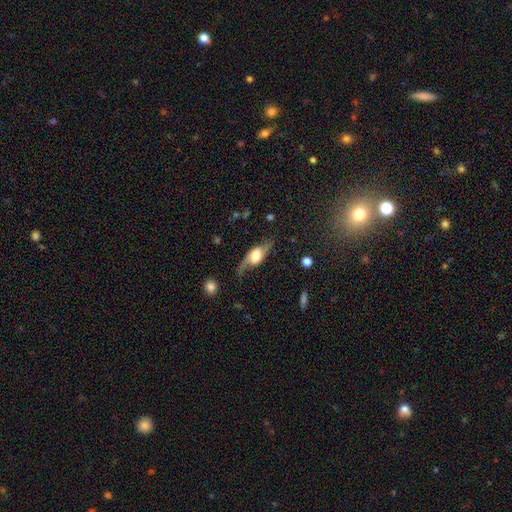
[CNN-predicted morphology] type=featured or disk (63%); edge-on=yes (55%); merging=none (63%).